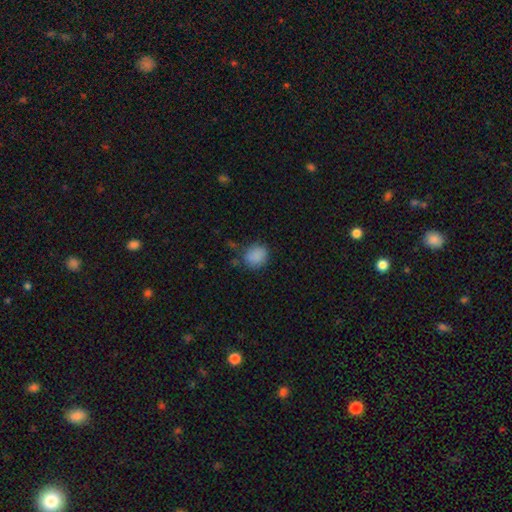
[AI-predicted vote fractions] smooth_or_featured: smooth (p=0.86) [alt: star or artifact p=0.09]
how_rounded: round (p=0.70) [alt: in between p=0.29]
merging: none (p=0.74) [alt: minor disturbance p=0.18]